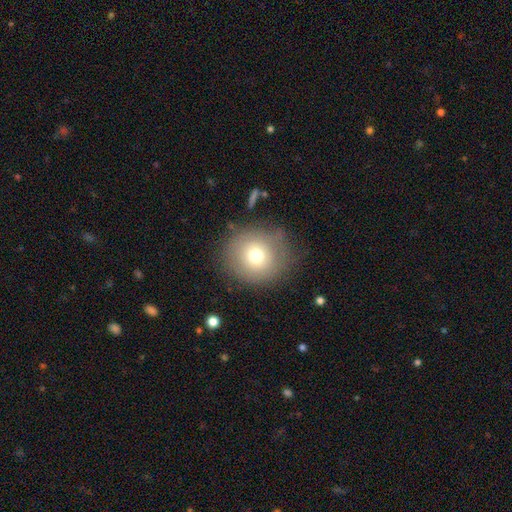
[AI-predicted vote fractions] Smooth or featured? smooth (72%)
How rounded? round (91%)
Merging? none (76%)